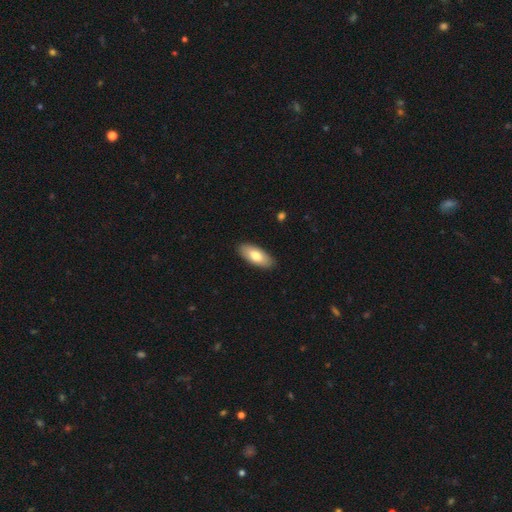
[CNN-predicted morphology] Q: Smooth or featured?
A: smooth (77%); runner-up: featured or disk (17%)
Q: How rounded?
A: in between (87%); runner-up: cigar-shaped (11%)
Q: Merging?
A: none (90%); runner-up: minor disturbance (8%)